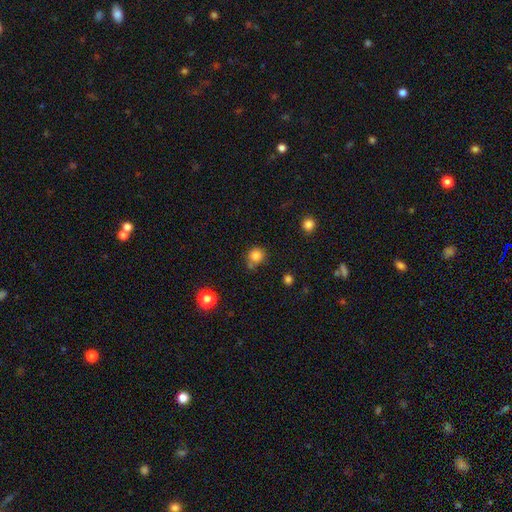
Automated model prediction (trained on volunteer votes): The model was most divided on "merging": none: 67%, minor disturbance: 17%, merger: 11%, major disturbance: 5%. More confident: how rounded — round (86%); smooth or featured — smooth (82%).